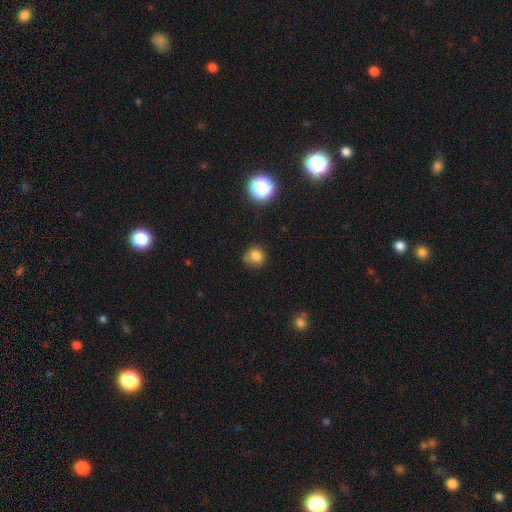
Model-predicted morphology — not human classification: Q: Smooth or featured?
A: smooth (79%); runner-up: star or artifact (14%)
Q: How rounded?
A: round (81%); runner-up: in between (18%)
Q: Merging?
A: none (63%); runner-up: minor disturbance (24%)